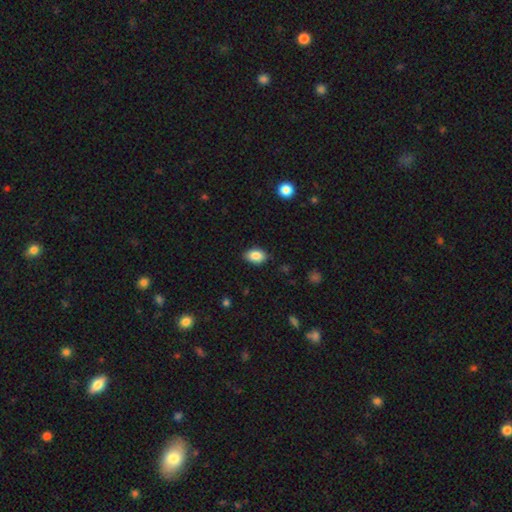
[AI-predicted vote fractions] Q: Smooth or featured?
A: smooth (87%); runner-up: star or artifact (8%)
Q: How rounded?
A: in between (86%); runner-up: round (13%)
Q: Merging?
A: none (86%); runner-up: minor disturbance (11%)